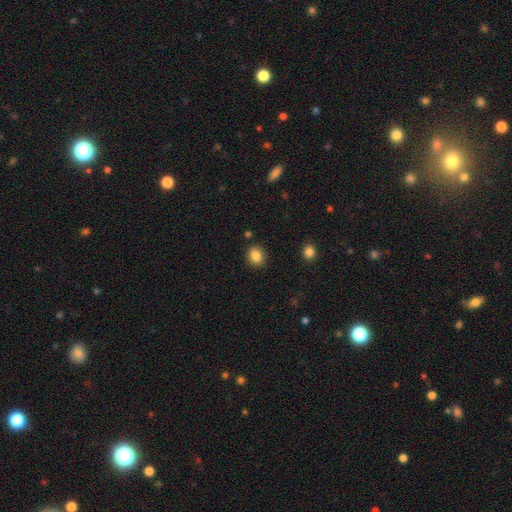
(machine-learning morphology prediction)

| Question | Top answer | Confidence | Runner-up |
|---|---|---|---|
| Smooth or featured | smooth | 86% | star or artifact (10%) |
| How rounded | round | 61% | in between (38%) |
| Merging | none | 87% | minor disturbance (8%) |